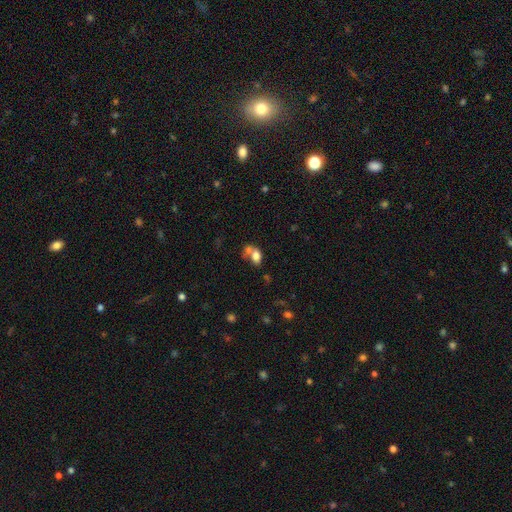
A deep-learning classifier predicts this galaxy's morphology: This is likely a smooth galaxy (75%). How rounded: clearly in between (80%). Merging: possibly merger (53%).